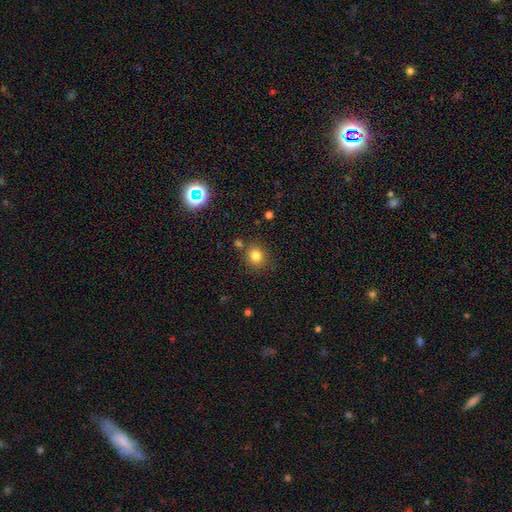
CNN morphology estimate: smooth-or-featured: smooth: 82% | star or artifact: 13% | featured or disk: 6%
  how-rounded: round: 84% | in between: 15% | cigar-shaped: 1%
  merging: none: 79% | minor disturbance: 10% | merger: 7% | major disturbance: 3%